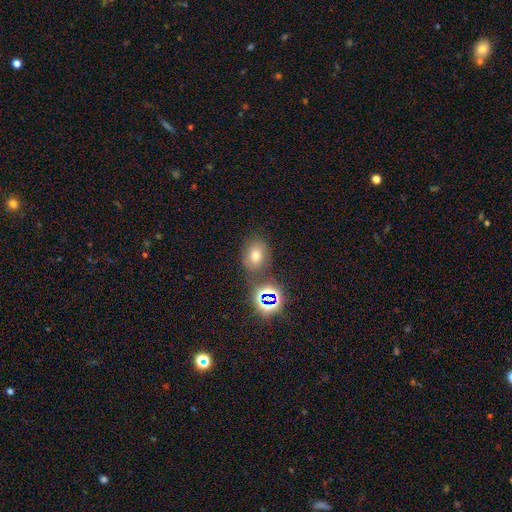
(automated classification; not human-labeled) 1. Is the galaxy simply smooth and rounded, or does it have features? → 65% smooth, 24% star or artifact, 11% featured or disk.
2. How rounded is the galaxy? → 55% in between, 44% round, 1% cigar-shaped.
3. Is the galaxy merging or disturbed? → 73% none, 12% minor disturbance, 11% merger, 4% major disturbance.